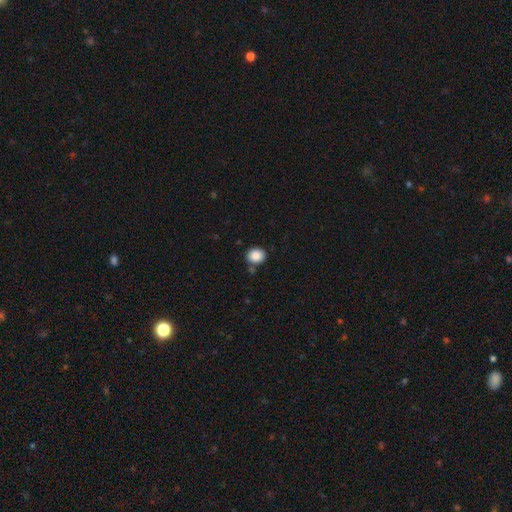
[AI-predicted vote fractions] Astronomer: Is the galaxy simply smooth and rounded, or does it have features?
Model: smooth — 86%.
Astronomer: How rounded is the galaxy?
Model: round — 64%.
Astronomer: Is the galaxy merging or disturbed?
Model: none — 80%.